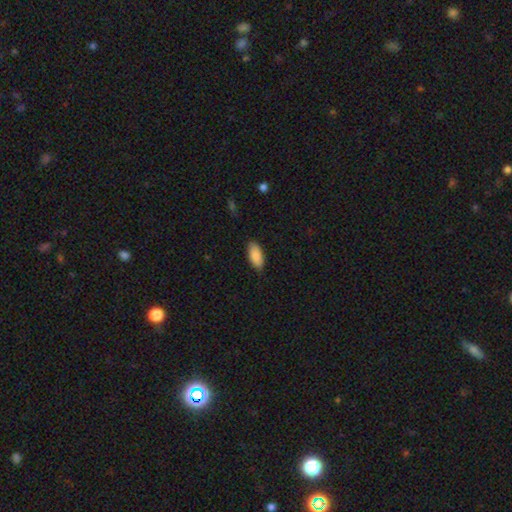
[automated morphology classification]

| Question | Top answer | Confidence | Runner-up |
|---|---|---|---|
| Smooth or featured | smooth | 88% | star or artifact (6%) |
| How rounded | in between | 88% | cigar-shaped (10%) |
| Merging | none | 88% | minor disturbance (10%) |